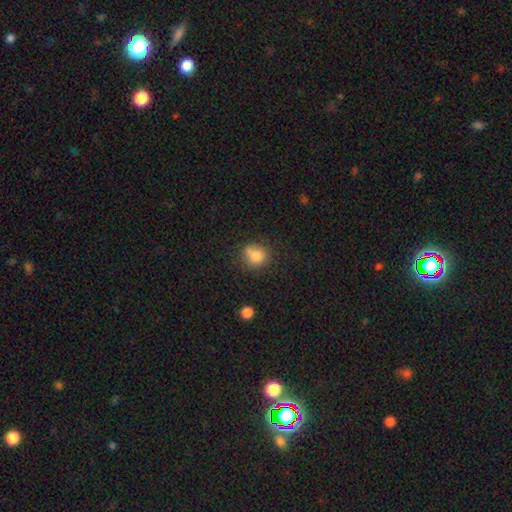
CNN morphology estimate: This appears to be a smooth galaxy with no disk features (80%) that is round (82%). Merging: none (60%).